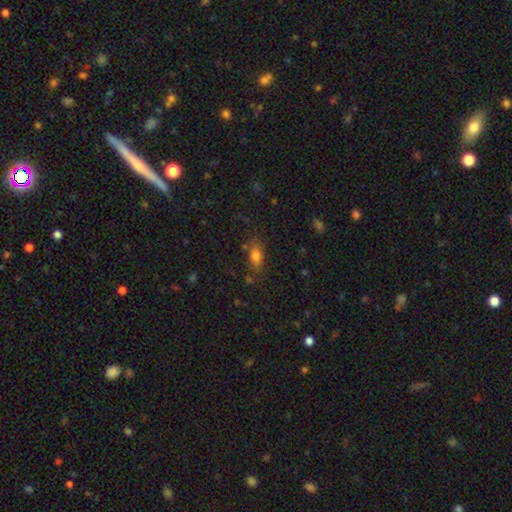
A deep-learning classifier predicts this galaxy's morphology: smooth-or-featured: smooth: 77% | star or artifact: 12% | featured or disk: 11%
  how-rounded: in between: 79% | round: 10% | cigar-shaped: 10%
  merging: none: 71% | minor disturbance: 18% | major disturbance: 6% | merger: 5%